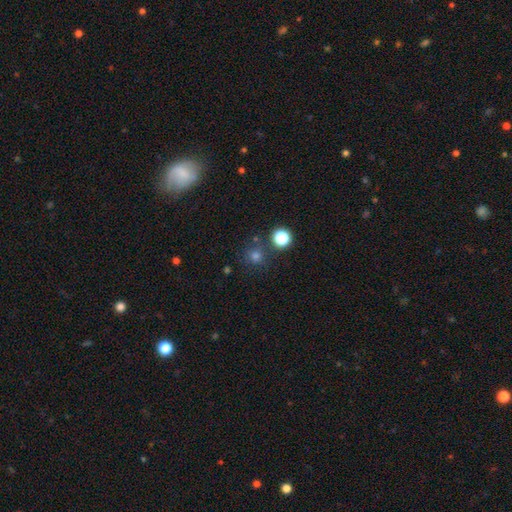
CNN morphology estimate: The model was most divided on "smooth or featured": smooth: 68%, star or artifact: 25%, featured or disk: 7%. More confident: how rounded — round (92%); merging — none (79%).